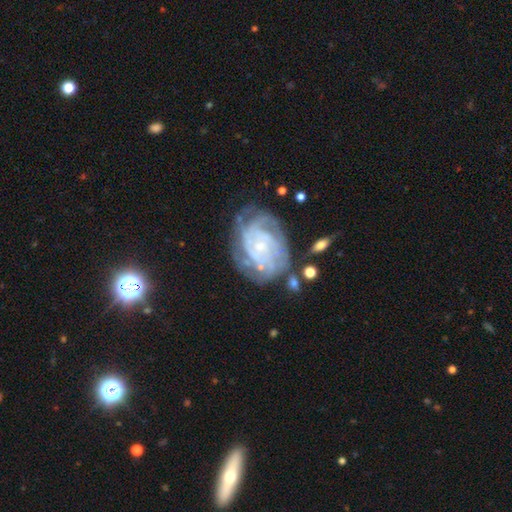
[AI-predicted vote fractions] smooth-or-featured: featured or disk: 83% | smooth: 11% | star or artifact: 6%
  disk-edge-on: no: 97% | yes: 3%
    bar: no: 72% | weak: 24% | strong: 4%
    has-spiral-arms: yes: 90% | no: 10%
      spiral-winding: tight: 67% | medium: 25% | loose: 7%
      spiral-arm-count: can't tell: 42% | 3: 17% | 2: 15% | 4: 14% | more than 4: 6% | 1: 5%
    bulge-size: small: 72% | moderate: 21% | none: 5% | large: 2% | dominant: 1%
  merging: none: 57% | minor disturbance: 23% | major disturbance: 15% | merger: 5%